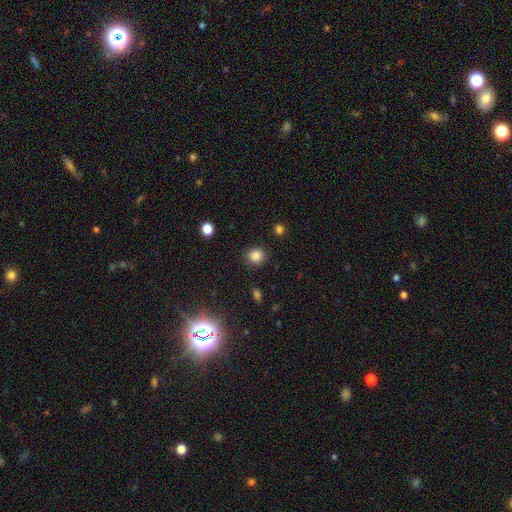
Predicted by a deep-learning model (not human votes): A smooth galaxy with no disk features (84%) that is round (83%).

Vote fractions:
- Smooth or featured? smooth: 84% / star or artifact: 12% / featured or disk: 3%
- How rounded? round: 83% / in between: 16% / cigar-shaped: 1%
- Merging? none: 88% / minor disturbance: 8% / major disturbance: 3% / merger: 2%